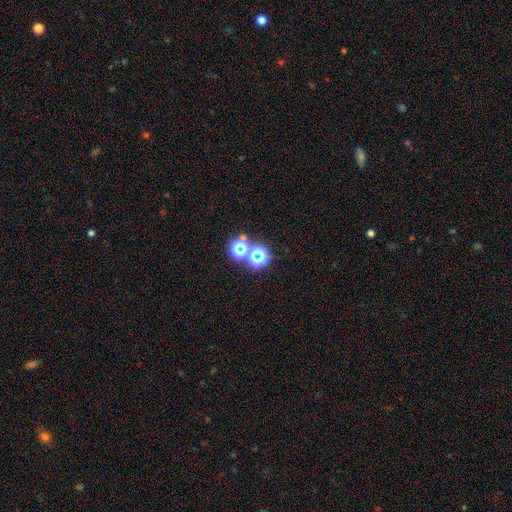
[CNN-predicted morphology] The model was most divided on "smooth or featured": star or artifact: 59%, smooth: 31%, featured or disk: 10%.